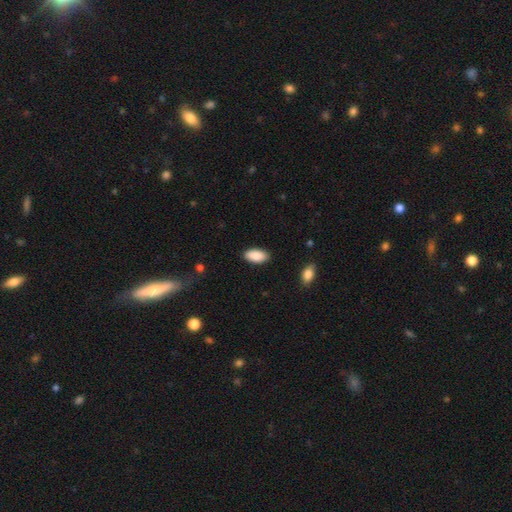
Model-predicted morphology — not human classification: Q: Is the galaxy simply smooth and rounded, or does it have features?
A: smooth — 89%.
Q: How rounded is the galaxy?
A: in between — 93%.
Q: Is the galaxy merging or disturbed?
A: none — 88%.